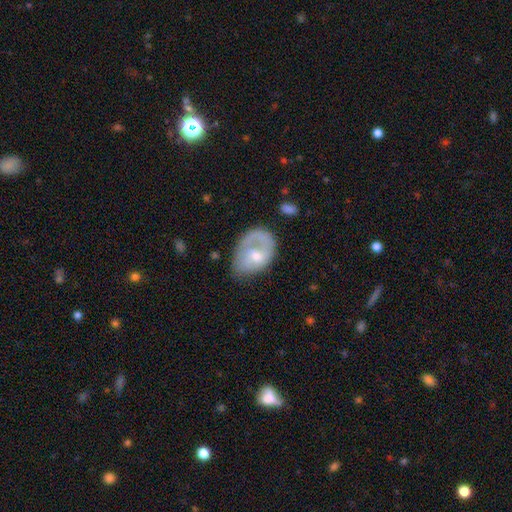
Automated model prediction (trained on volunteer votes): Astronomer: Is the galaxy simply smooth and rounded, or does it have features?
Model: featured or disk — 54% (runner-up: smooth, 39%).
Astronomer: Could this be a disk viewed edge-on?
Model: no — 96%.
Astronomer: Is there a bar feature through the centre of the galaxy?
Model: no — 71%.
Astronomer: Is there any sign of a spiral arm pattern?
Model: yes — 58% (runner-up: no, 42%).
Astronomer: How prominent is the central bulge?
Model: moderate — 50% (runner-up: small, 42%).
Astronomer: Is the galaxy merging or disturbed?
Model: none — 39% (runner-up: major disturbance, 29%).